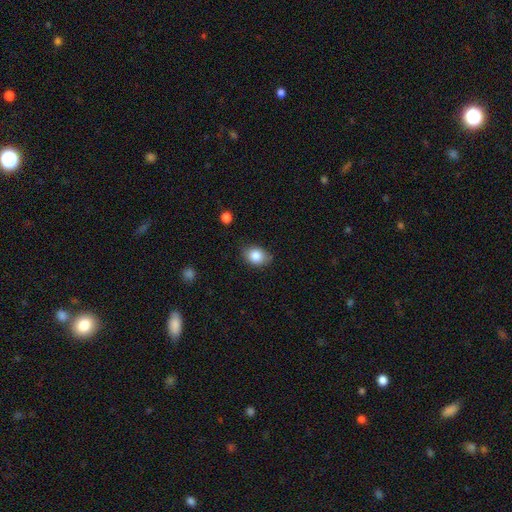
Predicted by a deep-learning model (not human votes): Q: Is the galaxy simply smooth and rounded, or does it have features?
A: smooth — 84%.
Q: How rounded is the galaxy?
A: in between — 70%.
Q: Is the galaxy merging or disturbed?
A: none — 75%.